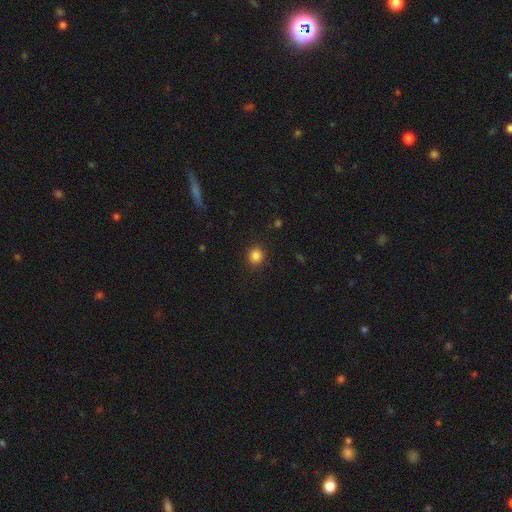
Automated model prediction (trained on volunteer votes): A smooth galaxy with no disk features (85%) that is round (85%).

Vote fractions:
- Smooth or featured? smooth: 85% / star or artifact: 11% / featured or disk: 4%
- How rounded? round: 85% / in between: 14% / cigar-shaped: 1%
- Merging? none: 90% / minor disturbance: 6% / major disturbance: 2% / merger: 1%